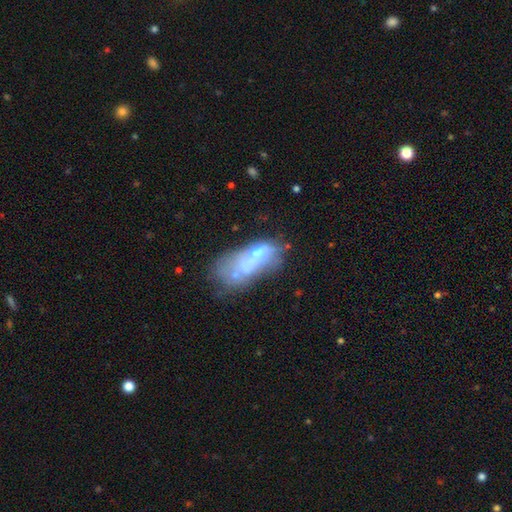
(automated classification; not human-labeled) Smooth or featured? featured or disk (46%)
Merging? merger (37%)